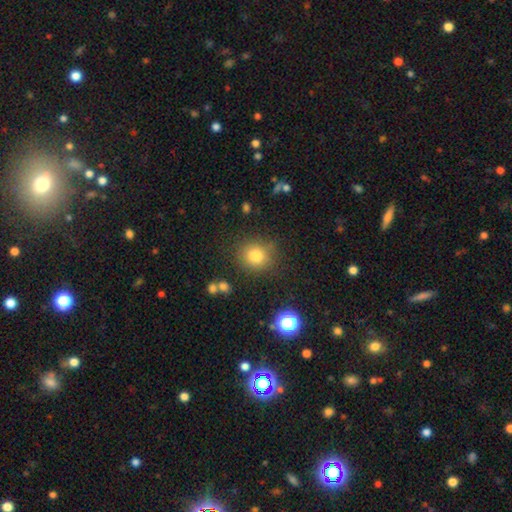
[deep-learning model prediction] The model was most divided on "smooth or featured": smooth: 81%, star or artifact: 12%, featured or disk: 7%. More confident: how rounded — round (84%); merging — none (82%).